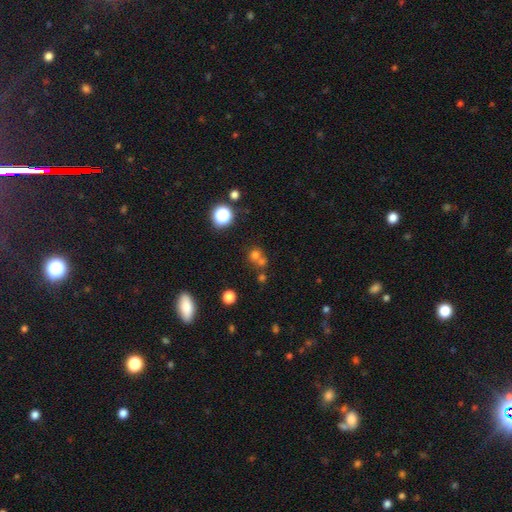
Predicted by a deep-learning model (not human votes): smooth_or_featured: smooth (p=0.63) [alt: star or artifact p=0.24]
how_rounded: round (p=0.84) [alt: in between p=0.15]
merging: none (p=0.45) [alt: merger p=0.44]